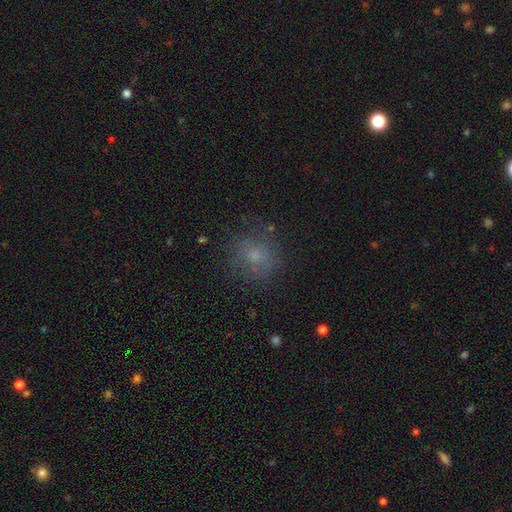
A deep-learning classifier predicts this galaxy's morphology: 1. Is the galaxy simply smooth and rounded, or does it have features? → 67% smooth, 18% star or artifact, 15% featured or disk.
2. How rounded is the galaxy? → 84% round, 15% in between, 1% cigar-shaped.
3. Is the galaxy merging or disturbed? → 76% none, 15% minor disturbance, 7% major disturbance, 2% merger.